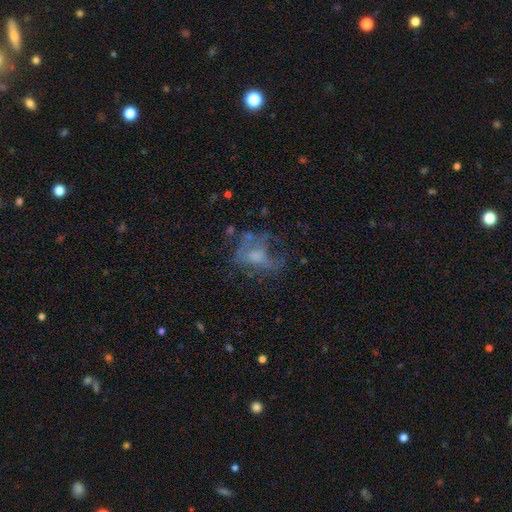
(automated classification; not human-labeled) featured or disk 53%, smooth 31%, star or artifact 16%. Down the decision tree: edge-on disk — no (96%); bar — no (75%); spiral arms — no (75%); bulge size — moderate (35%); merging — major disturbance (39%).